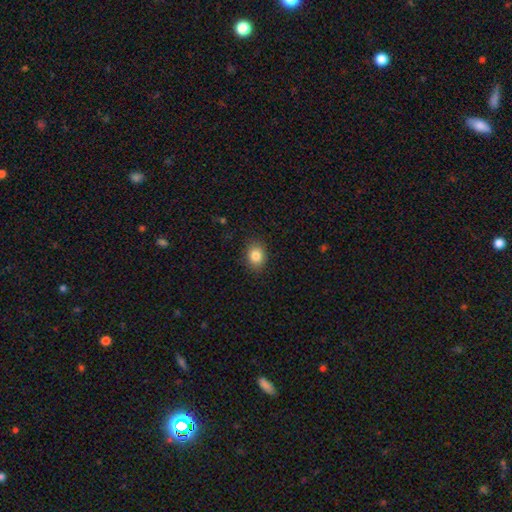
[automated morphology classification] smooth 84%, star or artifact 9%, featured or disk 6%. Down the decision tree: how rounded — in between (55%); merging — none (88%).